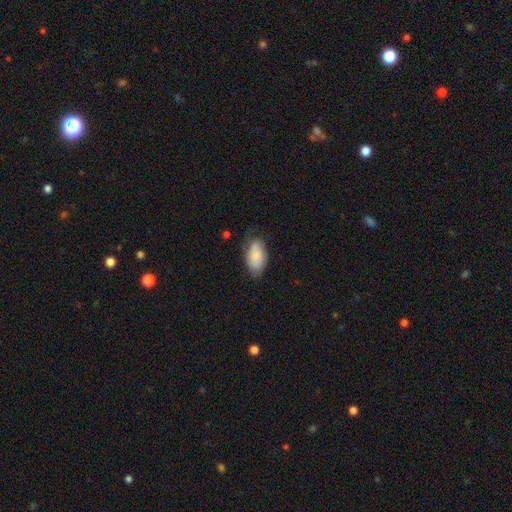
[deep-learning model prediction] A smooth galaxy with no disk features (74%) that is in between round and cigar-shaped (94%).

Vote fractions:
- Smooth or featured? smooth: 74% / featured or disk: 20% / star or artifact: 6%
- How rounded? in between: 94% / round: 3% / cigar-shaped: 3%
- Merging? none: 62% / minor disturbance: 29% / major disturbance: 8% / merger: 2%